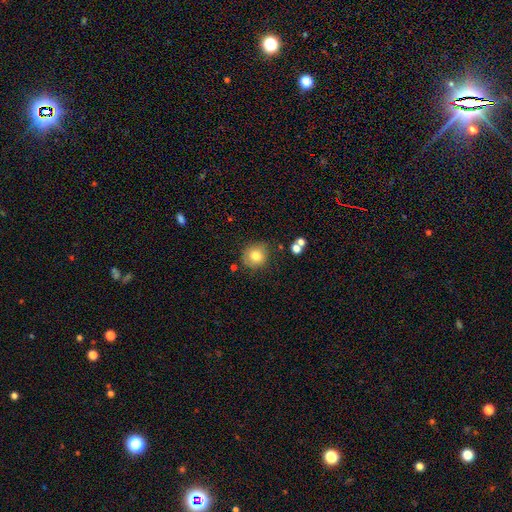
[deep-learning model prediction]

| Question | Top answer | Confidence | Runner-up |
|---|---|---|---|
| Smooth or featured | smooth | 79% | star or artifact (11%) |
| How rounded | round | 89% | in between (10%) |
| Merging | none | 80% | minor disturbance (13%) |